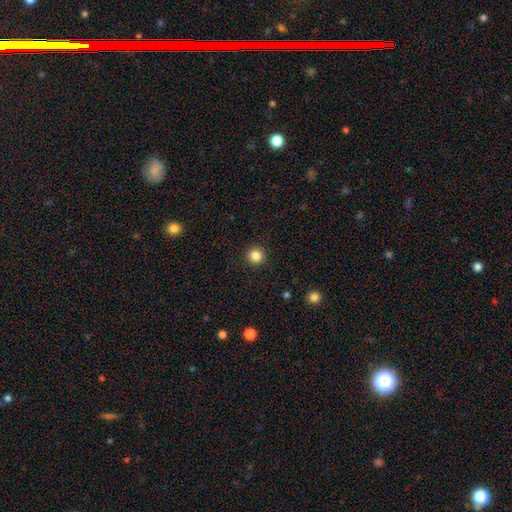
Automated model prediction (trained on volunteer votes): A smooth galaxy with no disk features (85%) that is round (96%).

Vote fractions:
- Smooth or featured? smooth: 85% / star or artifact: 11% / featured or disk: 4%
- How rounded? round: 96% / in between: 3% / cigar-shaped: 1%
- Merging? none: 93% / minor disturbance: 5% / major disturbance: 2% / merger: 1%